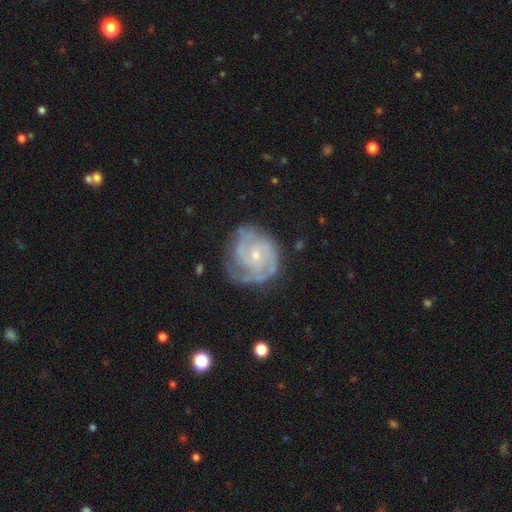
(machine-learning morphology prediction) Q: Smooth or featured?
A: featured or disk (89%); runner-up: smooth (7%)
Q: Edge-on disk?
A: no (98%); runner-up: yes (2%)
Q: Bar?
A: no (63%); runner-up: weak (32%)
Q: Spiral arms?
A: yes (97%); runner-up: no (3%)
Q: Spiral winding?
A: tight (59%); runner-up: medium (35%)
Q: Spiral arm count?
A: 2 (40%); runner-up: 3 (30%)
Q: Bulge size?
A: small (73%); runner-up: moderate (23%)
Q: Merging?
A: none (72%); runner-up: minor disturbance (19%)